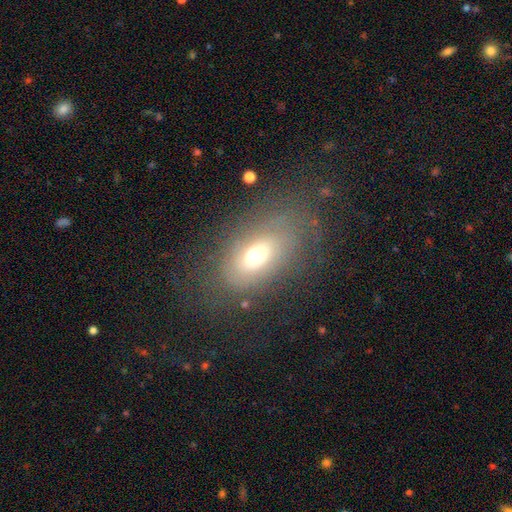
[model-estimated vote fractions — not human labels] Smooth or featured?
  - smooth: 51% *
  - featured or disk: 38%
  - star or artifact: 12%
How rounded?
  - in between: 85% *
  - round: 12%
  - cigar-shaped: 3%
Merging?
  - none: 68% *
  - minor disturbance: 19%
  - major disturbance: 12%
  - merger: 2%